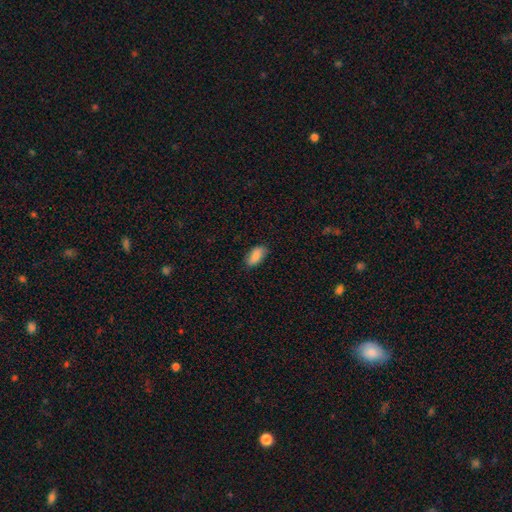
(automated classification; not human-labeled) Smooth or featured?
  - smooth: 88% *
  - star or artifact: 7%
  - featured or disk: 5%
How rounded?
  - in between: 90% *
  - cigar-shaped: 8%
  - round: 3%
Merging?
  - none: 84% *
  - minor disturbance: 12%
  - major disturbance: 3%
  - merger: 1%